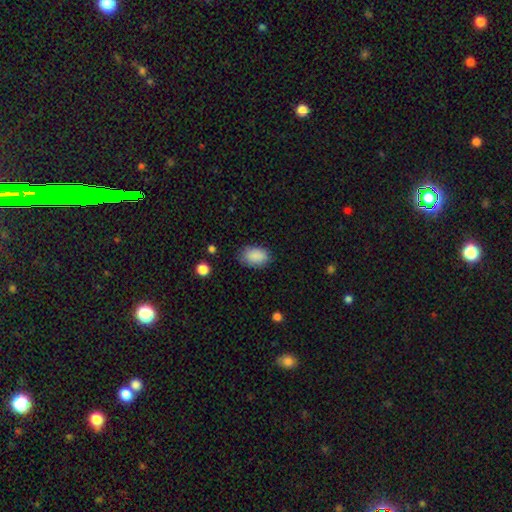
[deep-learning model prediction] smooth_or_featured: smooth (p=0.89) [alt: star or artifact p=0.07]
how_rounded: in between (p=0.87) [alt: round p=0.12]
merging: none (p=0.78) [alt: minor disturbance p=0.17]